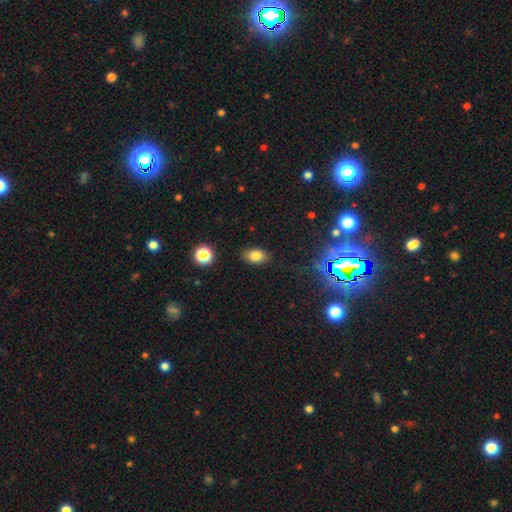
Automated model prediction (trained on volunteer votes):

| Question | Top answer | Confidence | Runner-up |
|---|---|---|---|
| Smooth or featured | smooth | 80% | star or artifact (12%) |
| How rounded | in between | 83% | round (16%) |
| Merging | none | 84% | minor disturbance (12%) |